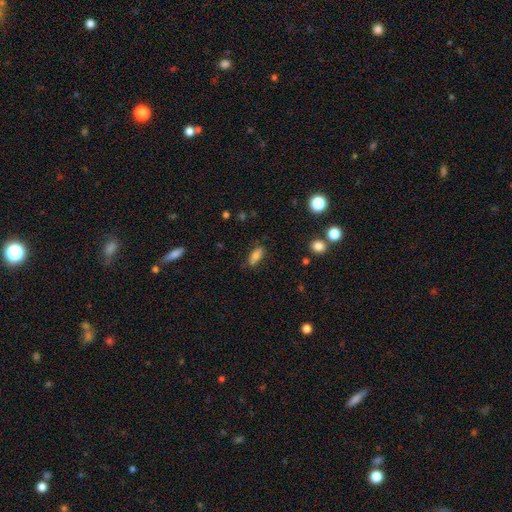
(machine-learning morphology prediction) smooth 79%, featured or disk 11%, star or artifact 10%. Down the decision tree: how rounded — in between (81%); merging — none (76%).